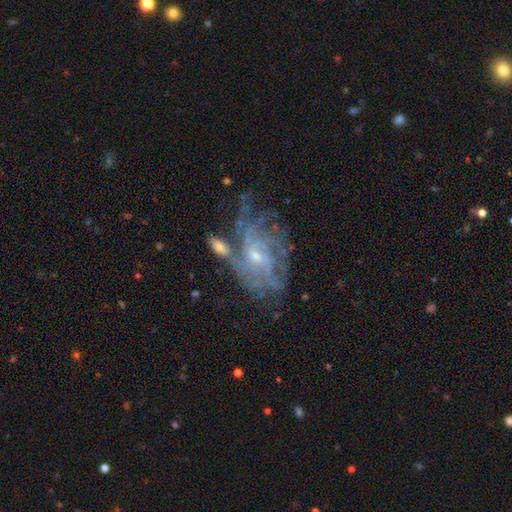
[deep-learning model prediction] This appears to be a featured or disk galaxy (79%) with no bar (55%), tight (48%) spiral arms (83%) and a small central bulge (68%). Merging: none (43%).